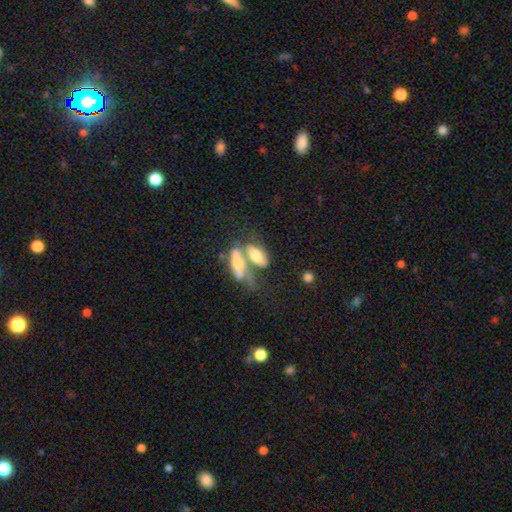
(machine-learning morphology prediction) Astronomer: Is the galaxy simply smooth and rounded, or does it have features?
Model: smooth — 57% (runner-up: featured or disk, 35%).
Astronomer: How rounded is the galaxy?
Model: in between — 74%.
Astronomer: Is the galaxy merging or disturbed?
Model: merger — 63%.